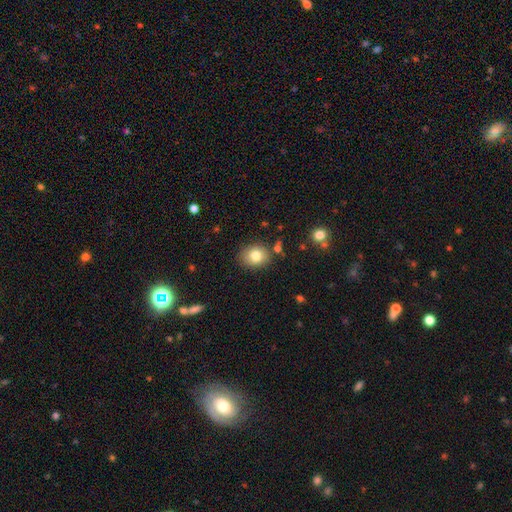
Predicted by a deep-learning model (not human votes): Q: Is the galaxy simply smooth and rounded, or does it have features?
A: smooth — 80%.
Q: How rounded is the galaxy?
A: round — 59%.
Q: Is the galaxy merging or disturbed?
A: none — 84%.